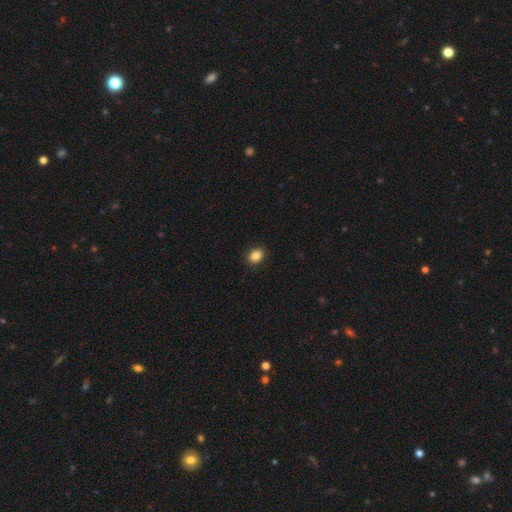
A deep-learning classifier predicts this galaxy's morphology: Smooth or featured? Predicted: smooth (p=0.86). How rounded? Predicted: in between (p=0.53). Merging? Predicted: none (p=0.90).